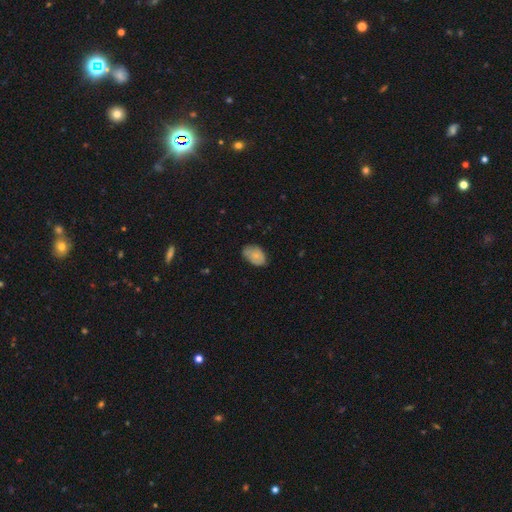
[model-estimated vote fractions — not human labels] Smooth or featured? smooth (71%)
How rounded? in between (86%)
Merging? none (63%)